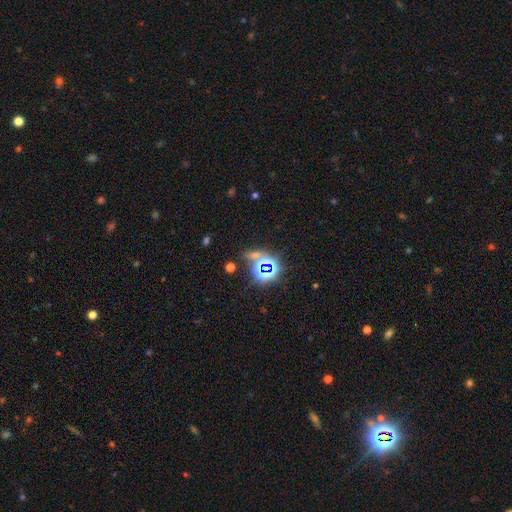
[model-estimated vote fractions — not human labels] star or artifact 72%, smooth 18%, featured or disk 10%.